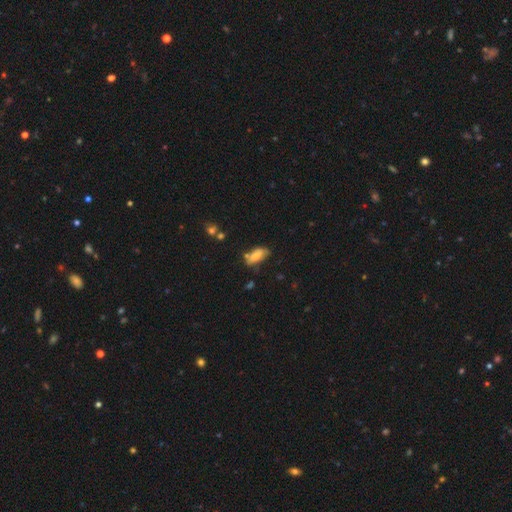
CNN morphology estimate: smooth-or-featured: smooth: 72% | featured or disk: 19% | star or artifact: 8%
  how-rounded: in between: 87% | cigar-shaped: 10% | round: 3%
  merging: none: 51% | minor disturbance: 31% | major disturbance: 9% | merger: 9%